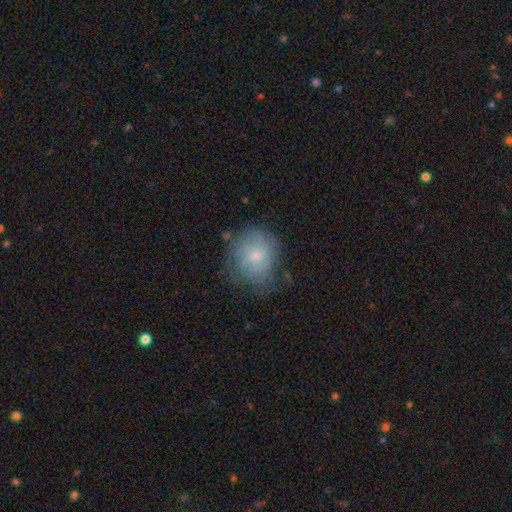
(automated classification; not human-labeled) Smooth or featured? Predicted: smooth (p=0.52). How rounded? Predicted: round (p=0.78). Merging? Predicted: none (p=0.60).